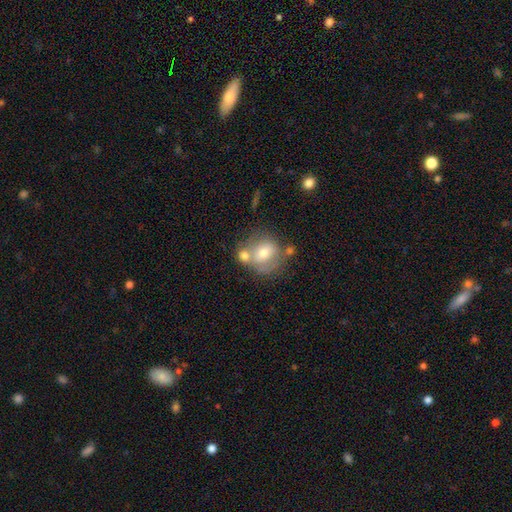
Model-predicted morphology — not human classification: This appears to be a smooth galaxy with no disk features (52%) that is round (71%). Merging: none (44%).